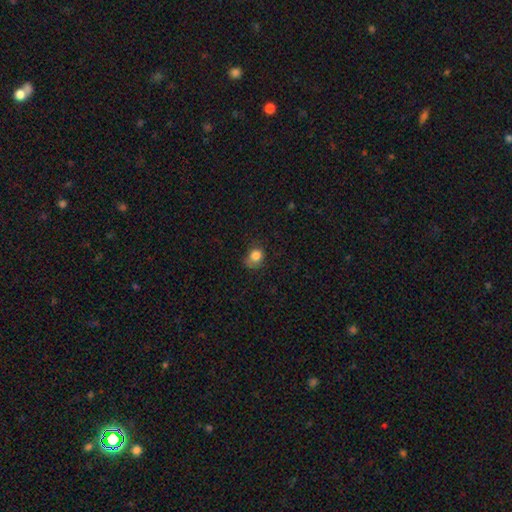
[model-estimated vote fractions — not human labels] Smooth or featured? Predicted: smooth (p=0.82). How rounded? Predicted: round (p=0.61). Merging? Predicted: none (p=0.49).